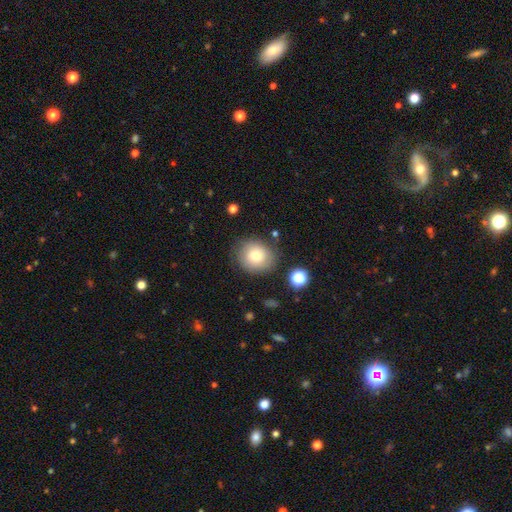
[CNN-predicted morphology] Smooth or featured? Predicted: smooth (p=0.76). How rounded? Predicted: round (p=0.76). Merging? Predicted: none (p=0.78).